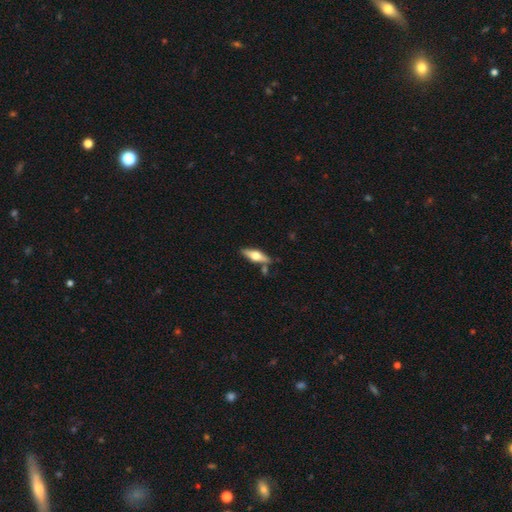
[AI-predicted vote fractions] Smooth or featured? Predicted: featured or disk (p=0.49). Merging? Predicted: none (p=0.77).